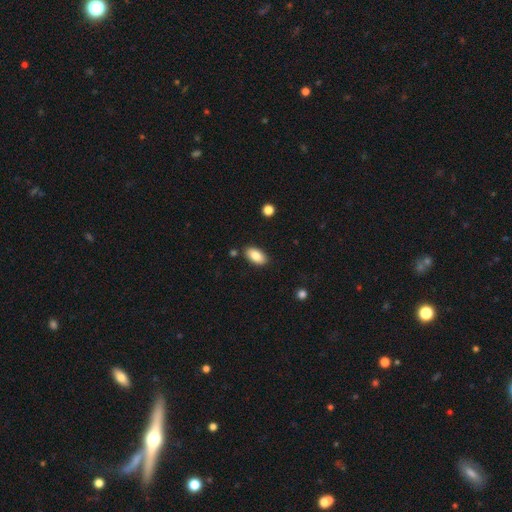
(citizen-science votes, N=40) Smooth or featured?
  - smooth: 80% *
  - featured or disk: 15%
  - star or artifact: 5%
How rounded?
  - in between: 94% *
  - round: 3%
  - cigar-shaped: 3%
Merging?
  - none: 84% *
  - minor disturbance: 11%
  - major disturbance: 3%
  - merger: 3%